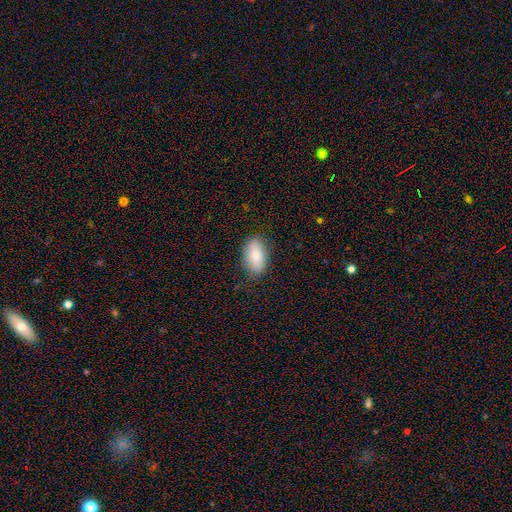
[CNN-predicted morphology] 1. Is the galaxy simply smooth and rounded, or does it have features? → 84% smooth, 10% featured or disk, 6% star or artifact.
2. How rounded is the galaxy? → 92% in between, 4% round, 4% cigar-shaped.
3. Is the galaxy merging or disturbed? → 82% none, 13% minor disturbance, 3% major disturbance, 1% merger.